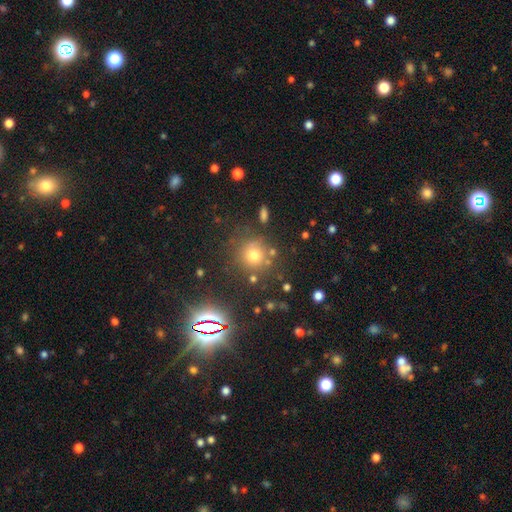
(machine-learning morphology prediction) smooth_or_featured: smooth (p=0.60) [alt: star or artifact p=0.29]
how_rounded: round (p=0.90) [alt: in between p=0.09]
merging: none (p=0.76) [alt: minor disturbance p=0.11]